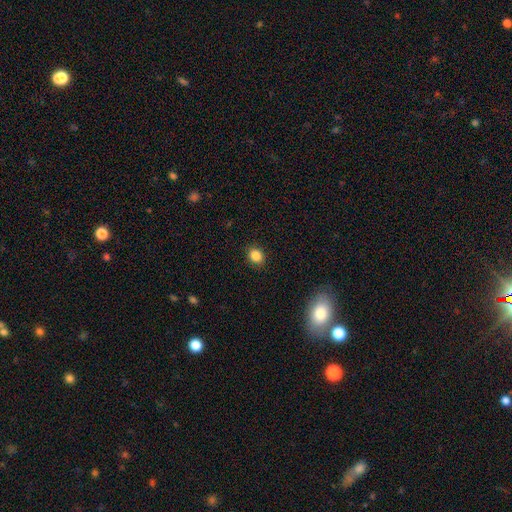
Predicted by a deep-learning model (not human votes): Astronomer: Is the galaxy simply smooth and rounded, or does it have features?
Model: smooth — 86%.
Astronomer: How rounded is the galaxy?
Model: round — 64%.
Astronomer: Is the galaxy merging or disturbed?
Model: none — 90%.